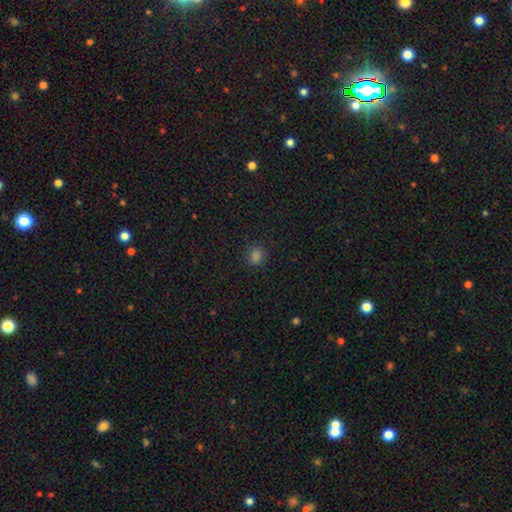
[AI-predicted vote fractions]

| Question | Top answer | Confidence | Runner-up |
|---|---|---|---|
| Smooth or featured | smooth | 78% | star or artifact (19%) |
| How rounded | round | 60% | in between (39%) |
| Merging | none | 85% | minor disturbance (10%) |